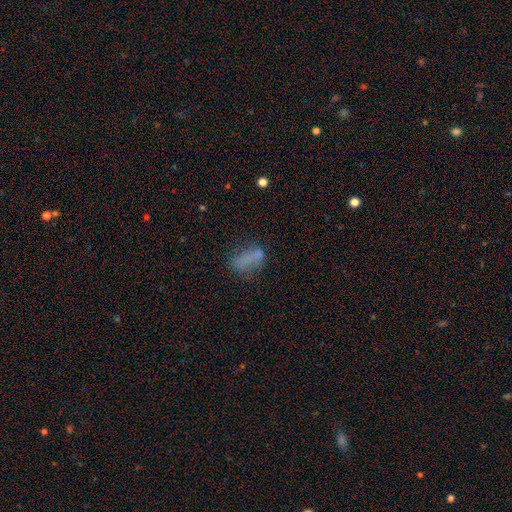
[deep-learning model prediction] A smooth galaxy with no disk features (65%) that is in between round and cigar-shaped (85%). Merging: none (47%).